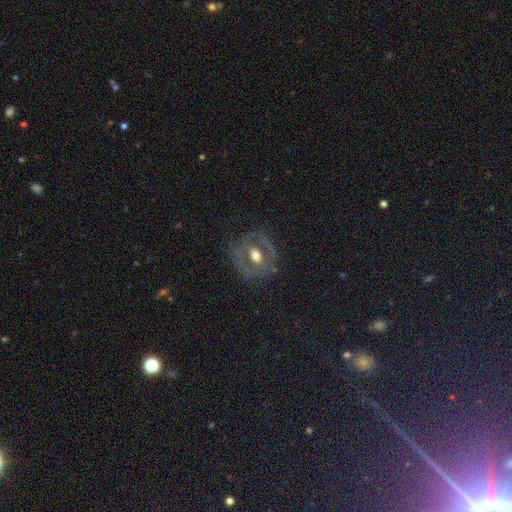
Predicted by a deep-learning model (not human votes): A featured or disk galaxy (59%) with no bar (62%), no spiral arms (75%) and a moderate central bulge (70%).

Vote fractions:
- Smooth or featured? featured or disk: 59% / smooth: 33% / star or artifact: 8%
- Edge-on disk? no: 93% / yes: 7%
- Bar? no: 62% / weak: 26% / strong: 13%
- Spiral arms? no: 75% / yes: 25%
- Bulge size? moderate: 70% / large: 19% / small: 8% / dominant: 2% / none: 1%
- Merging? none: 71% / minor disturbance: 17% / major disturbance: 10% / merger: 2%